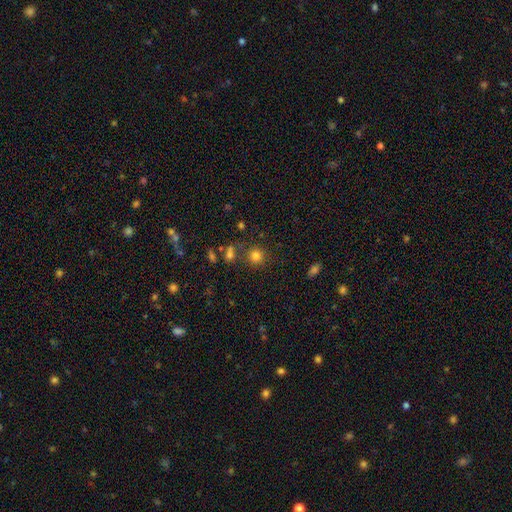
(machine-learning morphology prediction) Smooth or featured? smooth (79%)
How rounded? round (88%)
Merging? none (77%)